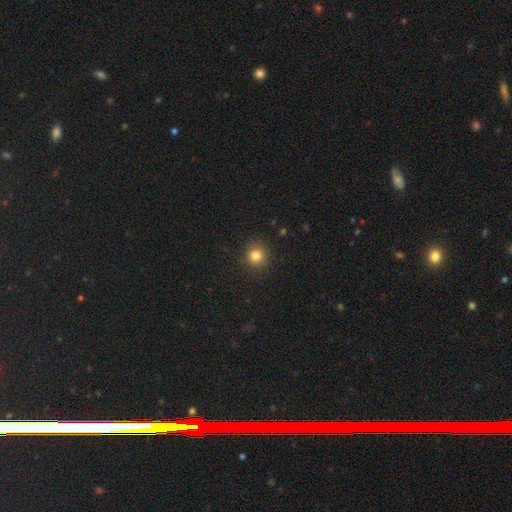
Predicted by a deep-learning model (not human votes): A smooth galaxy with no disk features (81%) that is round (87%). Merging: none (88%).